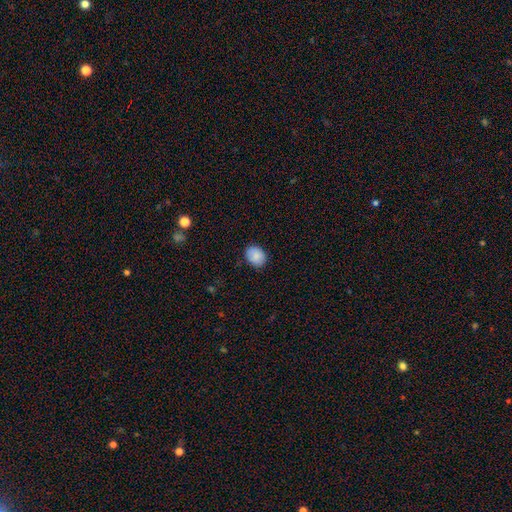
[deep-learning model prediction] Q: Smooth or featured?
A: smooth (87%); runner-up: star or artifact (7%)
Q: How rounded?
A: in between (52%); runner-up: round (47%)
Q: Merging?
A: none (84%); runner-up: minor disturbance (13%)